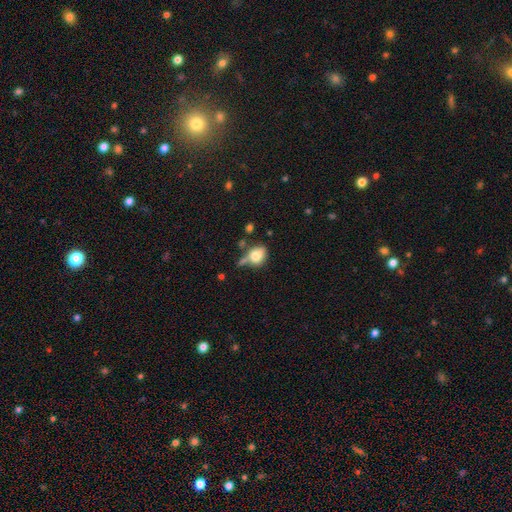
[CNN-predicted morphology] smooth_or_featured: smooth (p=0.77) [alt: featured or disk p=0.13]
how_rounded: in between (p=0.53) [alt: round p=0.45]
merging: none (p=0.45) [alt: minor disturbance p=0.25]